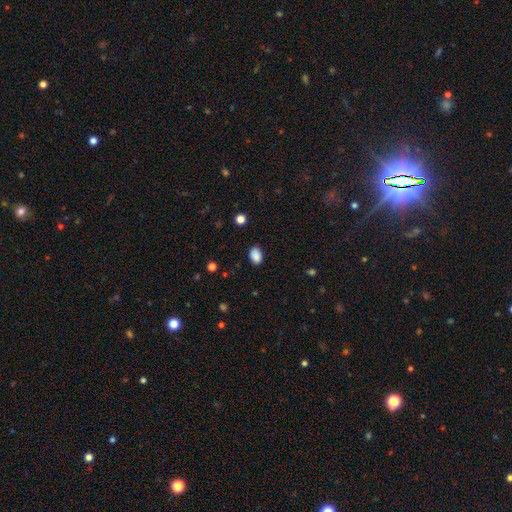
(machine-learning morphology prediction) The model was most divided on "how rounded": in between: 79%, round: 20%, cigar-shaped: 1%. More confident: smooth or featured — smooth (88%); merging — none (86%).